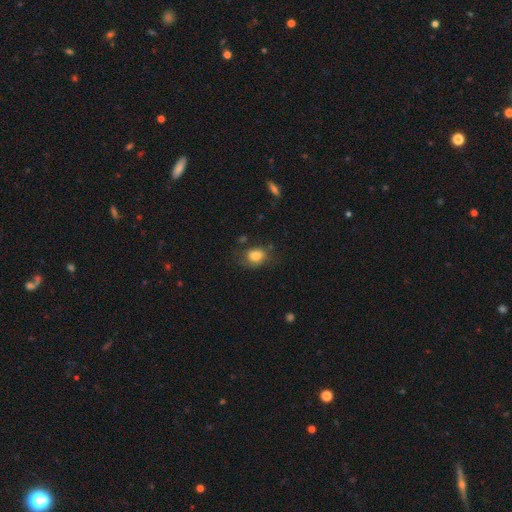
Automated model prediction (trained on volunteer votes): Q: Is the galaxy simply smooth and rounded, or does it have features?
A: smooth — 80%.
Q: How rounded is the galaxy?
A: in between — 54%.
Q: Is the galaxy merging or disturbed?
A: none — 60%.